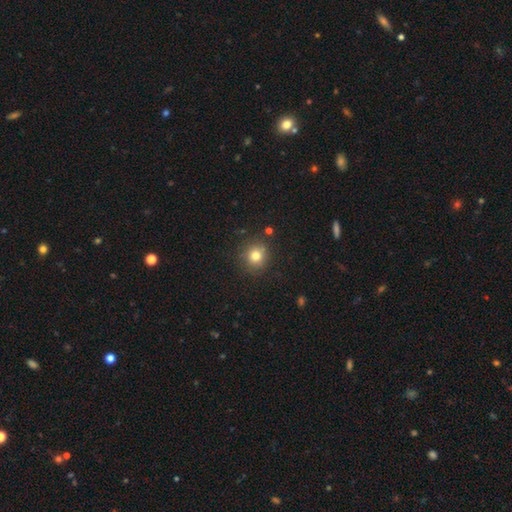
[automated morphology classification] A smooth galaxy with no disk features (78%) that is round (91%). Merging: none (86%).